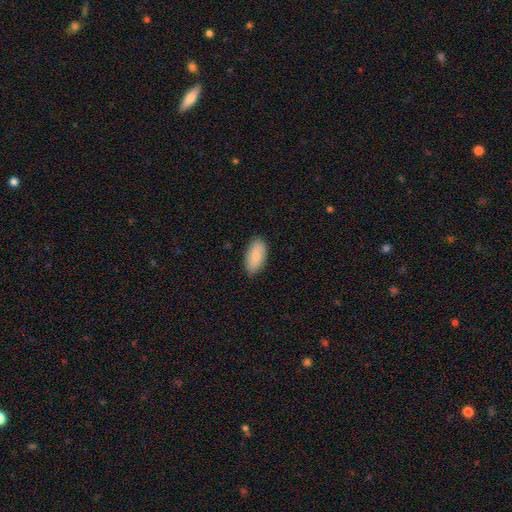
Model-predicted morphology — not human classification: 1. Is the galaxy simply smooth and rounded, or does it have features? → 84% smooth, 10% featured or disk, 6% star or artifact.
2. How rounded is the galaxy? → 93% in between, 5% cigar-shaped, 2% round.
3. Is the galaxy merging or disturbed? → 86% none, 11% minor disturbance, 2% major disturbance, 1% merger.